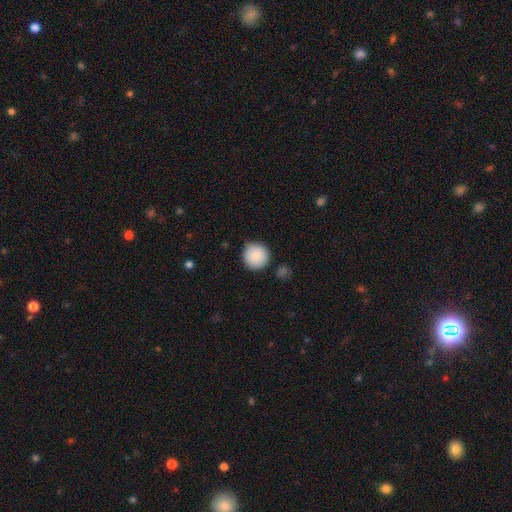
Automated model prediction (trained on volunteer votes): smooth 86%, star or artifact 7%, featured or disk 7%. Down the decision tree: how rounded — round (95%); merging — none (85%).